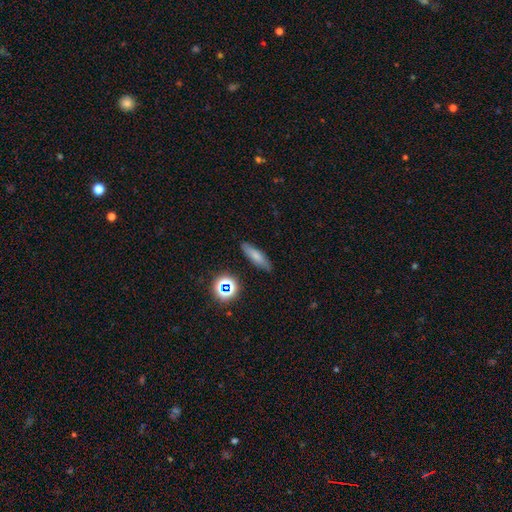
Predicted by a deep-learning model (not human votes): smooth-or-featured: smooth: 71% | featured or disk: 17% | star or artifact: 12%
  how-rounded: cigar-shaped: 64% | in between: 32% | round: 4%
  merging: none: 85% | minor disturbance: 11% | major disturbance: 3% | merger: 2%